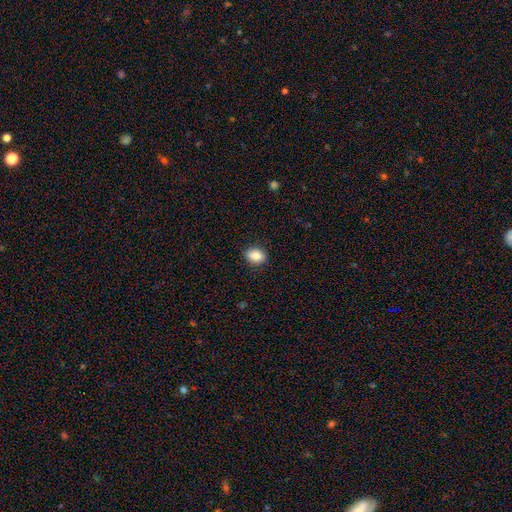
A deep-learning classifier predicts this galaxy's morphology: smooth 87%, star or artifact 8%, featured or disk 5%. Down the decision tree: how rounded — in between (75%); merging — none (85%).